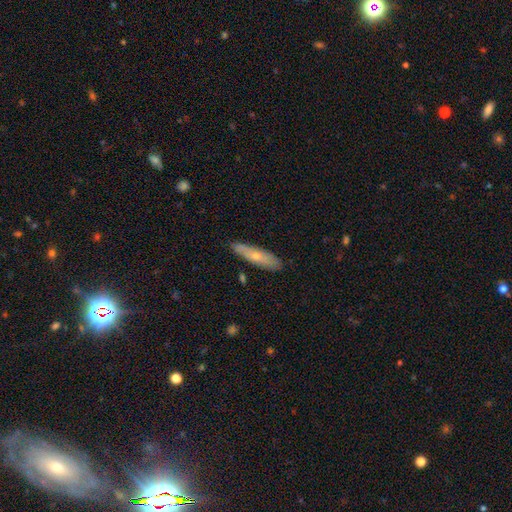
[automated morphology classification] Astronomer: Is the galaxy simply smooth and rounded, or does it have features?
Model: smooth — 55% (runner-up: featured or disk, 39%).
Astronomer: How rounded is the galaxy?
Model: cigar-shaped — 73%.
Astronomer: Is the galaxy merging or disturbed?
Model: none — 84%.